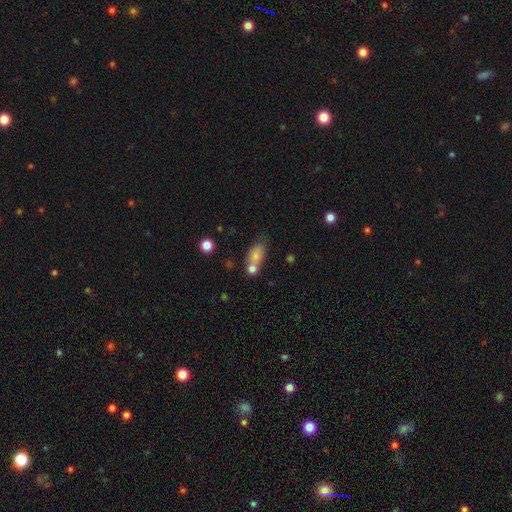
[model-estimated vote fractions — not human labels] This is likely a smooth galaxy (76%). How rounded: likely in between (79%). Merging: marginally none (43%).